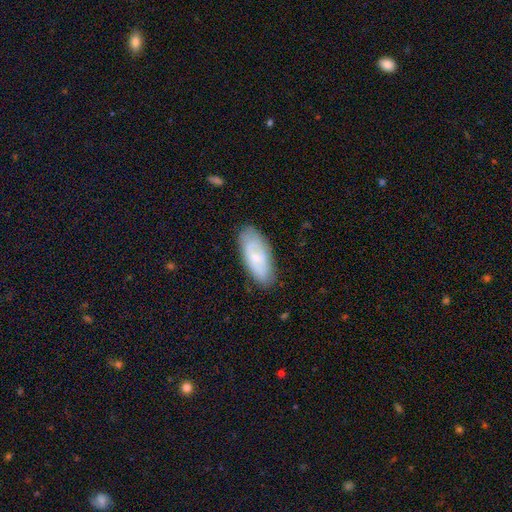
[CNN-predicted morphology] Smooth or featured? smooth (58%)
How rounded? in between (86%)
Merging? none (77%)